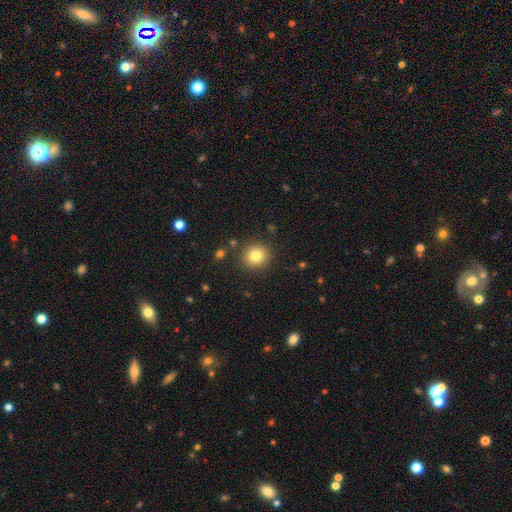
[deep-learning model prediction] Morphology: type=smooth (80%); roundness=round (91%); merging=none (89%).